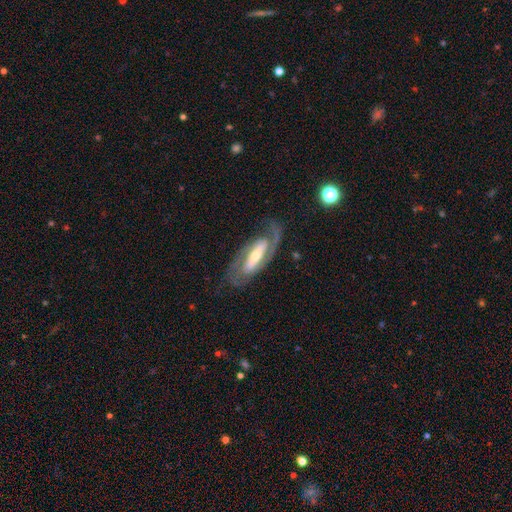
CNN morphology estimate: Q: Smooth or featured?
A: featured or disk (85%); runner-up: smooth (11%)
Q: Edge-on disk?
A: no (90%); runner-up: yes (10%)
Q: Bar?
A: strong (59%); runner-up: weak (25%)
Q: Spiral arms?
A: yes (91%); runner-up: no (9%)
Q: Spiral winding?
A: medium (46%); runner-up: tight (35%)
Q: Spiral arm count?
A: 2 (83%); runner-up: 1 (7%)
Q: Bulge size?
A: small (47%); runner-up: moderate (44%)
Q: Merging?
A: none (73%); runner-up: minor disturbance (15%)